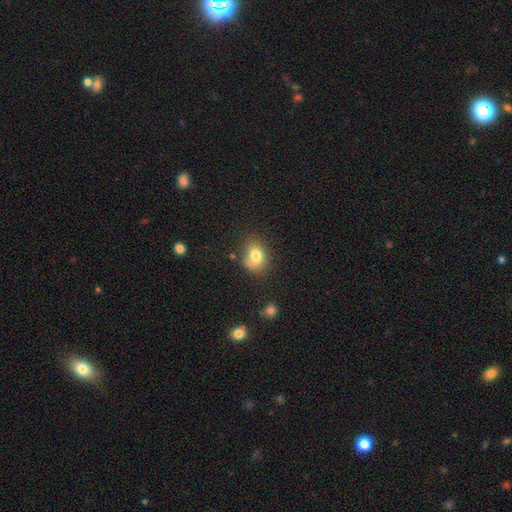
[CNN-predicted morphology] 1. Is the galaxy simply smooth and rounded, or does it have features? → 77% smooth, 12% featured or disk, 10% star or artifact.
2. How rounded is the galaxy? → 56% in between, 43% round, 1% cigar-shaped.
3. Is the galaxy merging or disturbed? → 60% none, 26% minor disturbance, 9% major disturbance, 5% merger.